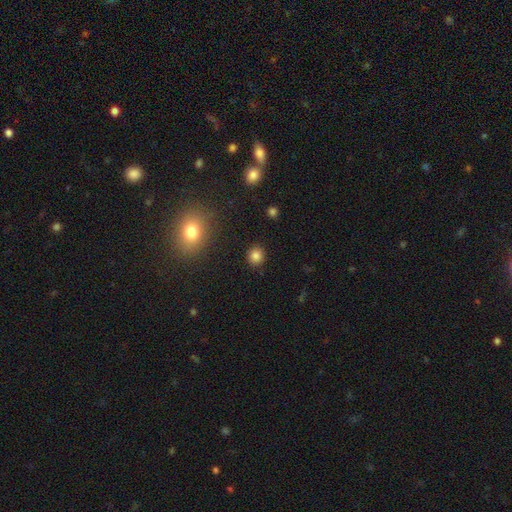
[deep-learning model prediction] Overall: smooth (83%). How rounded: round (85%). Merging: none (90%).